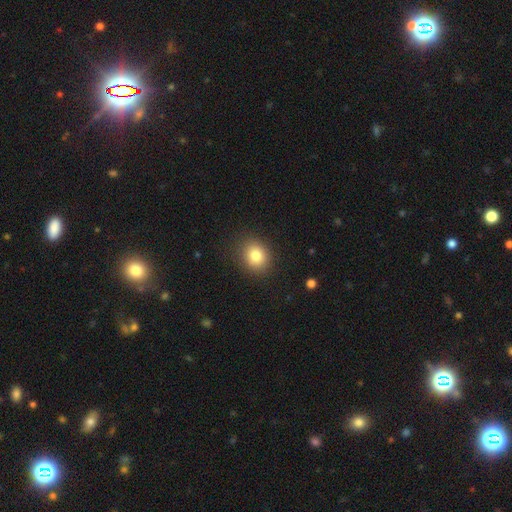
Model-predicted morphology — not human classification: This is clearly a smooth galaxy (82%). How rounded: likely round (69%). Merging: clearly none (87%).